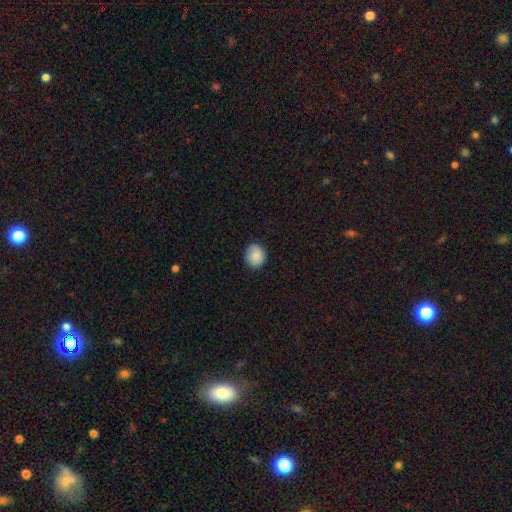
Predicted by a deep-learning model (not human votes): A smooth galaxy with no disk features (87%) that is round (79%).

Vote fractions:
- Smooth or featured? smooth: 87% / star or artifact: 8% / featured or disk: 6%
- How rounded? round: 79% / in between: 21% / cigar-shaped: 1%
- Merging? none: 85% / minor disturbance: 12% / major disturbance: 2% / merger: 1%